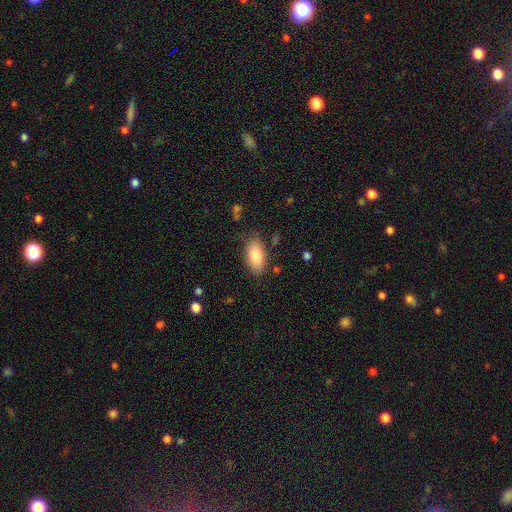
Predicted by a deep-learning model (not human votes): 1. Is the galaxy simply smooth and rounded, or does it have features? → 85% smooth, 8% featured or disk, 6% star or artifact.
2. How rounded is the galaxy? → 92% in between, 6% cigar-shaped, 2% round.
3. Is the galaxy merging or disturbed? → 80% none, 14% minor disturbance, 4% major disturbance, 2% merger.